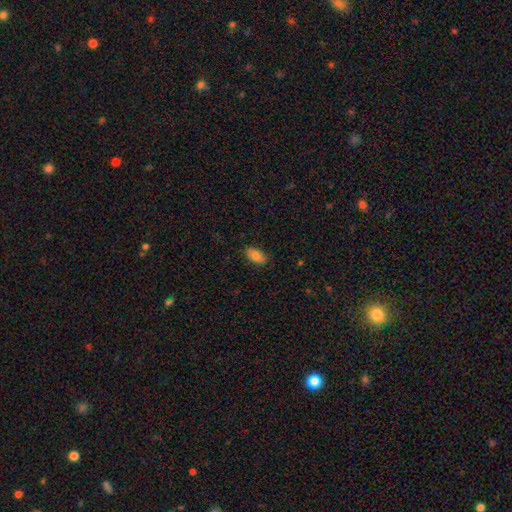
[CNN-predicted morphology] smooth_or_featured: smooth (p=0.83) [alt: featured or disk p=0.10]
how_rounded: in between (p=0.92) [alt: cigar-shaped p=0.04]
merging: none (p=0.84) [alt: minor disturbance p=0.12]